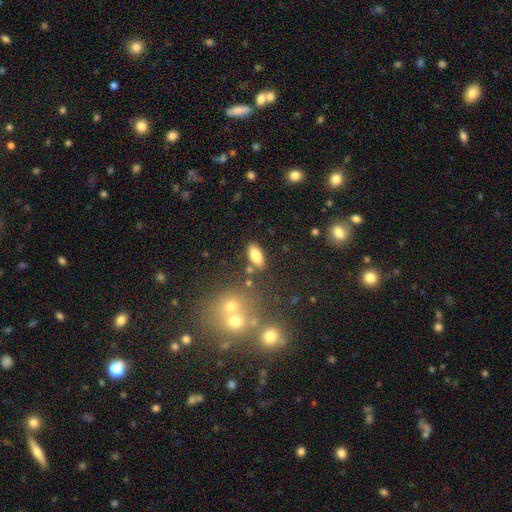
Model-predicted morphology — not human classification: smooth 78%, featured or disk 13%, star or artifact 9%. Down the decision tree: how rounded — in between (88%); merging — none (80%).